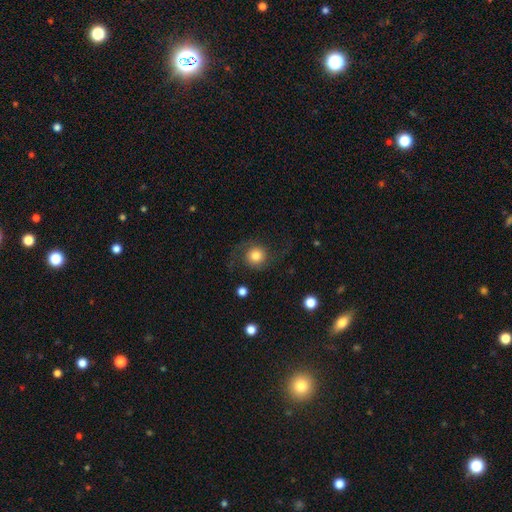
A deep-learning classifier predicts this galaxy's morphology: This is possibly a smooth galaxy (49%). Merging: likely none (70%).